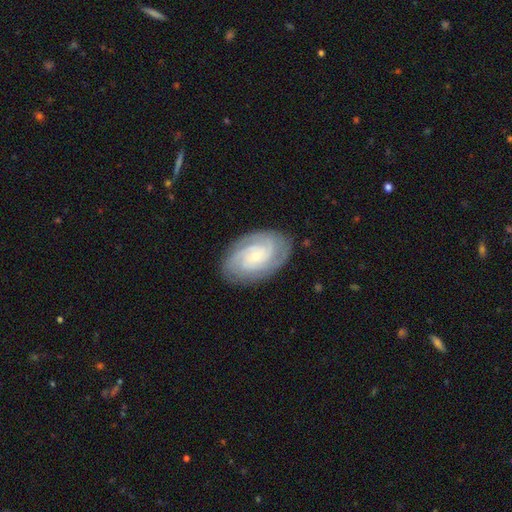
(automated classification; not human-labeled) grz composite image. It shows a featured or disk galaxy (83%) with no bar (73%), 3 (30%) tight (70%) spiral arms (96%) and a small central bulge (78%). Merging: none (82%).